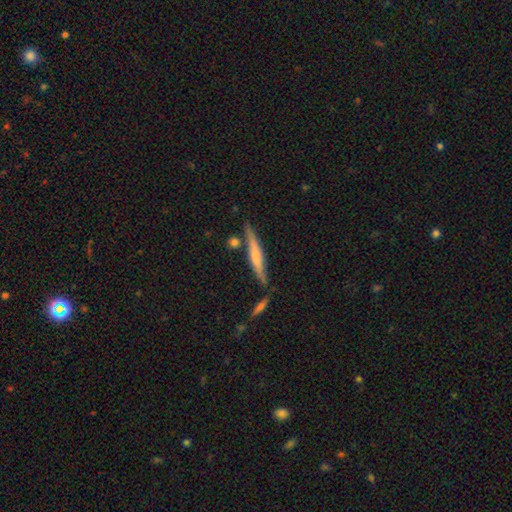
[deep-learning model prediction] Smooth or featured? Predicted: featured or disk (p=0.48). Merging? Predicted: none (p=0.76).